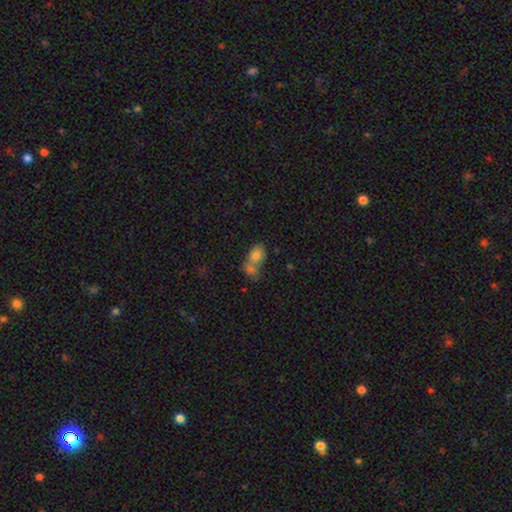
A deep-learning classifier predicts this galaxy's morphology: smooth 77%, featured or disk 13%, star or artifact 10%. Down the decision tree: how rounded — in between (69%); merging — merger (62%).